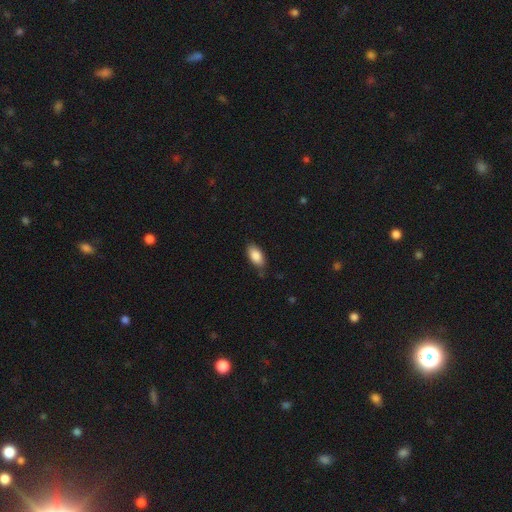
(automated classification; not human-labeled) A smooth galaxy with no disk features (86%) that is in between round and cigar-shaped (91%). Merging: none (76%).